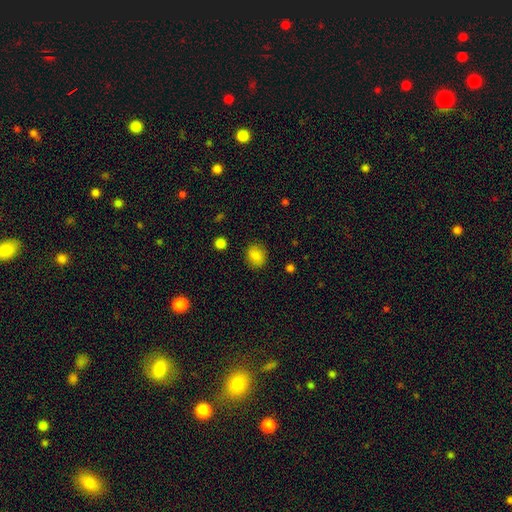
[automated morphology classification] smooth_or_featured: smooth (p=0.85) [alt: star or artifact p=0.10]
how_rounded: round (p=0.65) [alt: in between p=0.34]
merging: none (p=0.86) [alt: minor disturbance p=0.09]